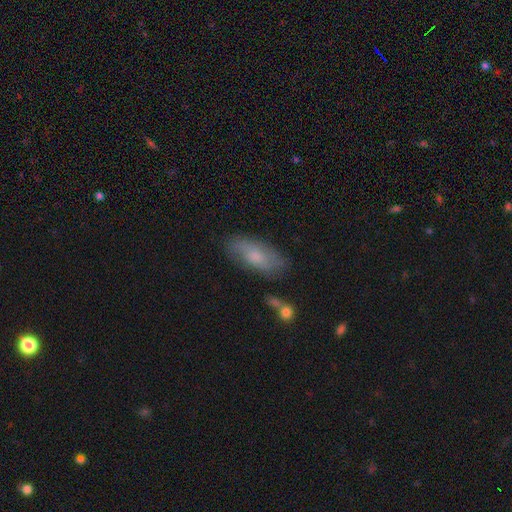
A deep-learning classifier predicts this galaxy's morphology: The model was most divided on "smooth or featured": smooth: 57%, featured or disk: 35%, star or artifact: 8%. More confident: how rounded — in between (81%); merging — none (74%).